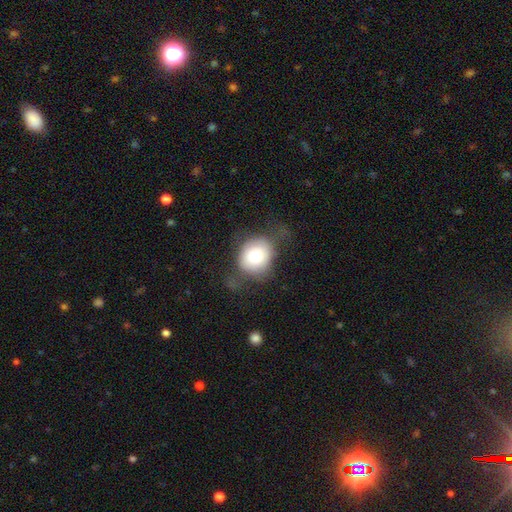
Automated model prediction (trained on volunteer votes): This appears to be a smooth galaxy with no disk features (70%) that is round (71%). Merging: none (50%).